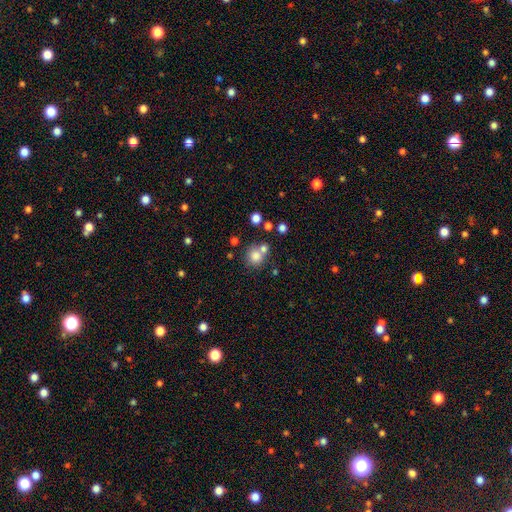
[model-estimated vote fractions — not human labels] smooth-or-featured: smooth: 78% | star or artifact: 13% | featured or disk: 9%
  how-rounded: round: 87% | in between: 12% | cigar-shaped: 1%
  merging: none: 57% | merger: 29% | minor disturbance: 10% | major disturbance: 4%